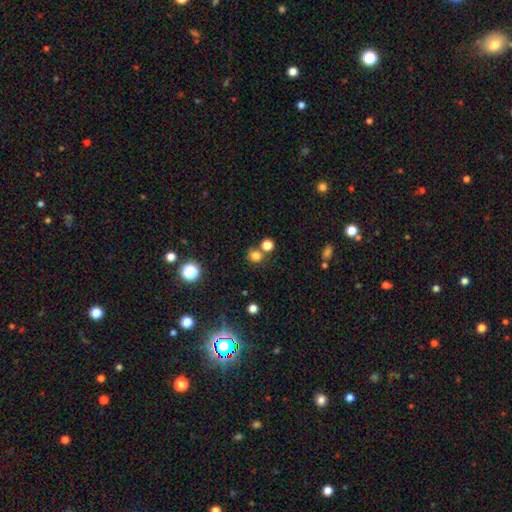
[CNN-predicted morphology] A smooth galaxy with no disk features (75%) that is round (81%). Merging: none (66%).